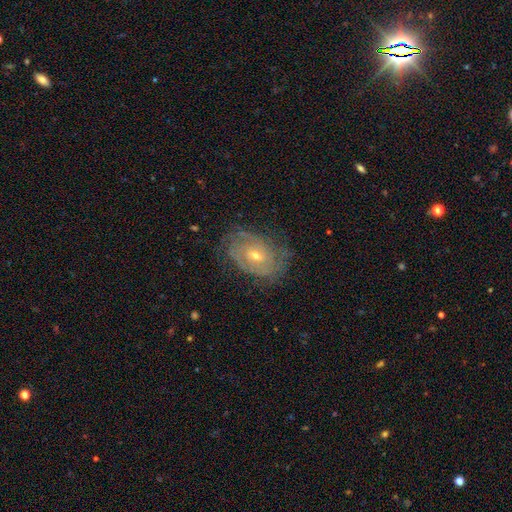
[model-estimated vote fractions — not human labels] The model was most divided on "spiral arm count": can't tell: 38%, 2: 34%, 3: 14%, 4: 6%, 1: 5%, more than 4: 4%. More confident: edge-on disk — no (96%); spiral arms — yes (90%); smooth or featured — featured or disk (81%); merging — none (71%); spiral winding — tight (67%); bar — no (56%); bulge size — small (53%).